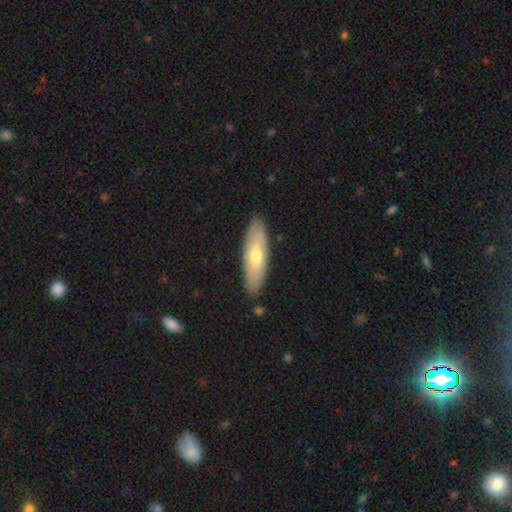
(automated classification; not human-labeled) Smooth or featured? Predicted: smooth (p=0.50). How rounded? Predicted: cigar-shaped (p=0.52). Merging? Predicted: none (p=0.87).